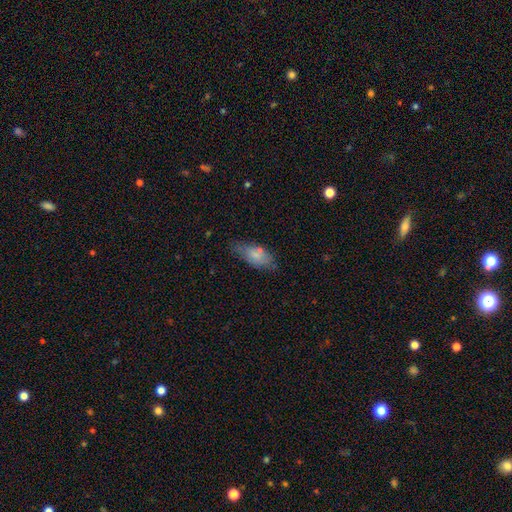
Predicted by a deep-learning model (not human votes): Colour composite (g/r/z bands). It shows a smooth galaxy with no disk features (74%) that is in between round and cigar-shaped (86%). Merging: none (64%).